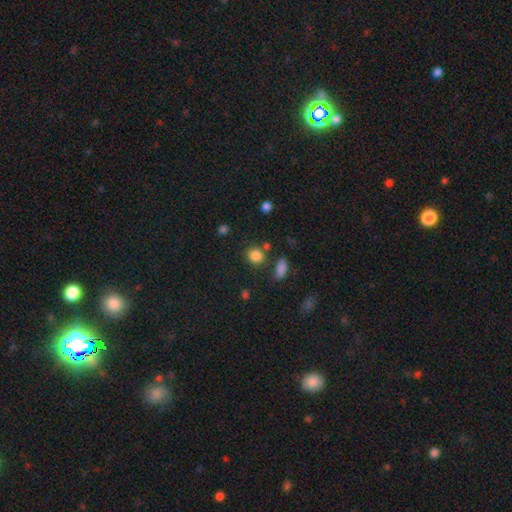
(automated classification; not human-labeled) smooth-or-featured: smooth: 83% | star or artifact: 12% | featured or disk: 5%
  how-rounded: round: 81% | in between: 18% | cigar-shaped: 1%
  merging: none: 75% | minor disturbance: 11% | merger: 9% | major disturbance: 5%